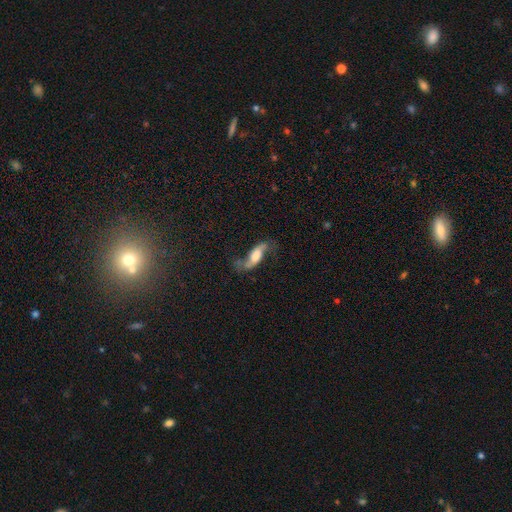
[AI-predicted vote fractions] Smooth or featured: featured or disk — 65% (smooth — 28%)
Edge-on disk: no — 79% (yes — 21%)
Bar: no — 47% (weak — 32%)
Spiral arms: yes — 89% (no — 11%)
Bulge size: large — 34% (moderate — 33%)
Merging: none — 59% (minor disturbance — 22%)